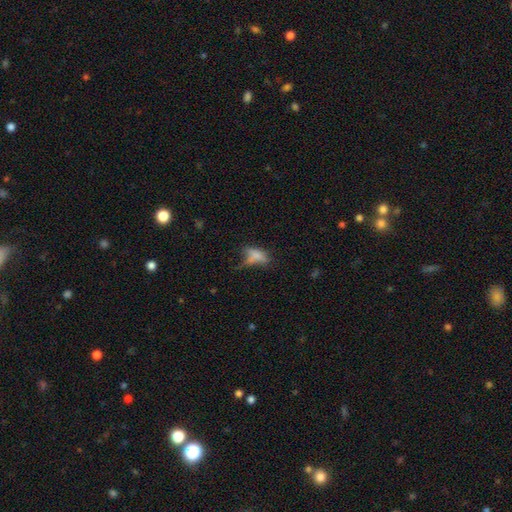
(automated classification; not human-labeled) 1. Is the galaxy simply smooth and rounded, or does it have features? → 67% smooth, 19% featured or disk, 14% star or artifact.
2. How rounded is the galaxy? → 83% in between, 10% cigar-shaped, 6% round.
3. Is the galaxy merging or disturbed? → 35% major disturbance, 29% none, 26% minor disturbance, 11% merger.